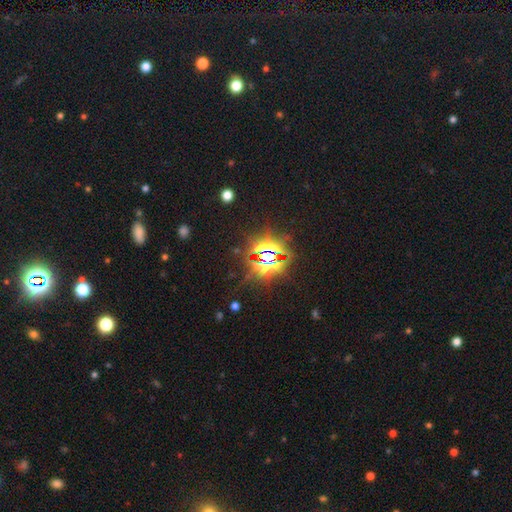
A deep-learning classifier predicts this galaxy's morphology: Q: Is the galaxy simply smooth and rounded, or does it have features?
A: star or artifact — 84%.